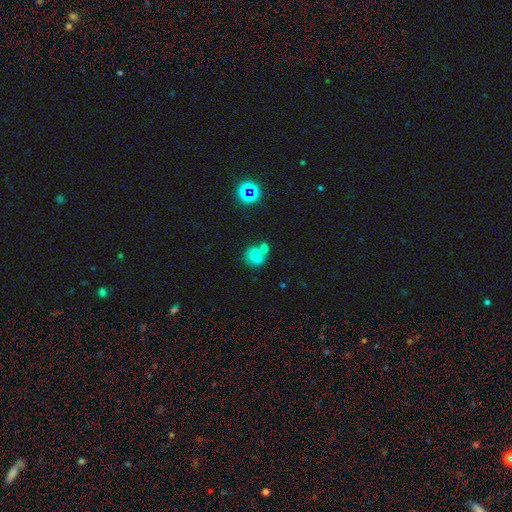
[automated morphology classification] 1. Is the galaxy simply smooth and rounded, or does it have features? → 67% smooth, 18% featured or disk, 15% star or artifact.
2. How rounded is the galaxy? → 81% round, 18% in between, 1% cigar-shaped.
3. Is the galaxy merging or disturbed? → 43% merger, 41% none, 12% minor disturbance, 5% major disturbance.